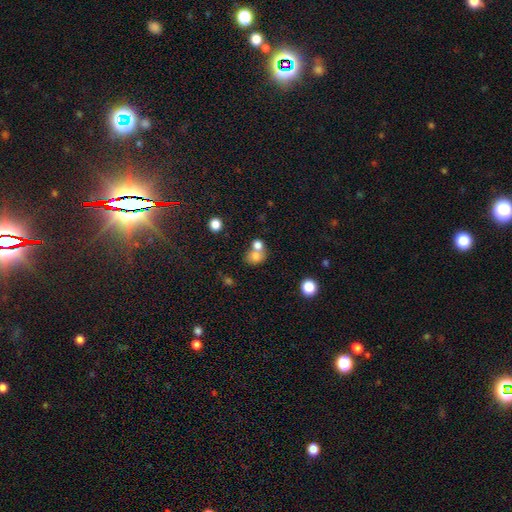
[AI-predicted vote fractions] A smooth galaxy with no disk features (75%) that is round (64%). Merging: merger (50%).